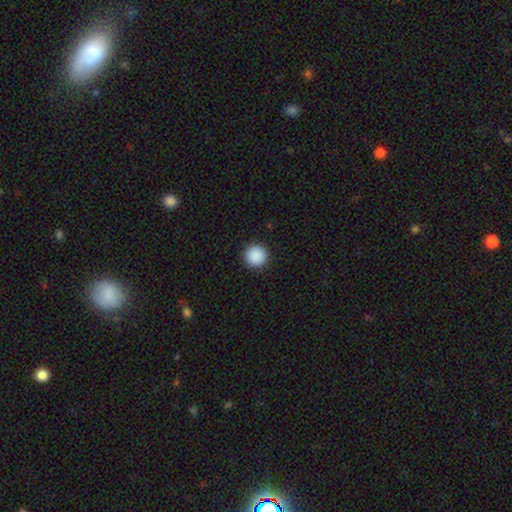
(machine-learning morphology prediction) A smooth galaxy with no disk features (89%) that is round (96%).

Vote fractions:
- Smooth or featured? smooth: 89% / star or artifact: 9% / featured or disk: 2%
- How rounded? round: 96% / in between: 3% / cigar-shaped: 1%
- Merging? none: 93% / minor disturbance: 4% / major disturbance: 2% / merger: 1%